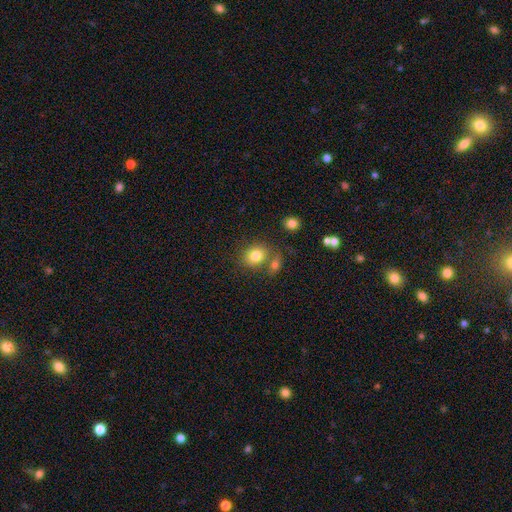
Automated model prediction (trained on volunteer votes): Smooth or featured?
  - smooth: 81% *
  - star or artifact: 10%
  - featured or disk: 9%
How rounded?
  - round: 61% *
  - in between: 38%
  - cigar-shaped: 1%
Merging?
  - none: 59% *
  - merger: 24%
  - minor disturbance: 12%
  - major disturbance: 4%